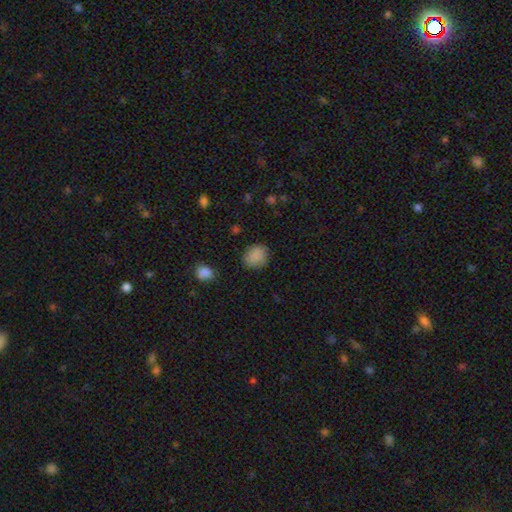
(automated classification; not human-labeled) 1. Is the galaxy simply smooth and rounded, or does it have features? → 87% smooth, 9% star or artifact, 4% featured or disk.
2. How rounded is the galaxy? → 68% round, 31% in between, 1% cigar-shaped.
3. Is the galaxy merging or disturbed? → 82% none, 13% minor disturbance, 4% major disturbance, 1% merger.